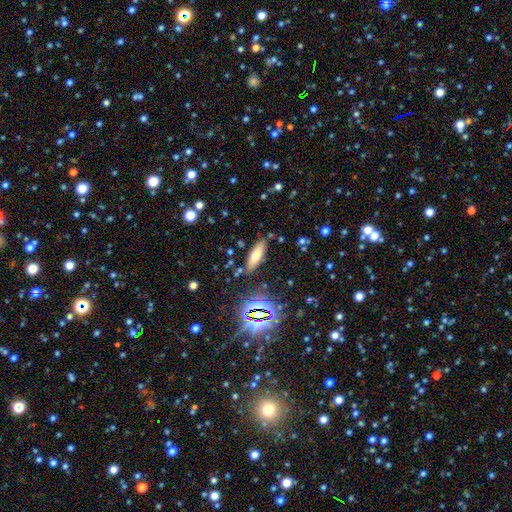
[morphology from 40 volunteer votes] smooth_or_featured: smooth (p=0.68) [alt: featured or disk p=0.23]
how_rounded: cigar-shaped (p=0.59) [alt: in between p=0.41]
merging: none (p=0.92) [alt: major disturbance p=0.06]